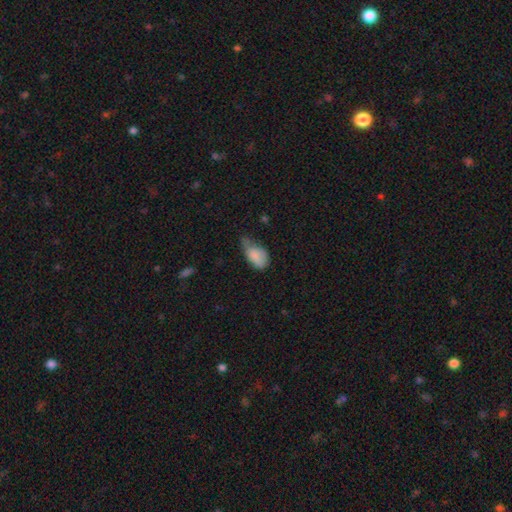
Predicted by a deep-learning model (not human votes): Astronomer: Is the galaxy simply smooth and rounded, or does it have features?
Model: smooth — 81%.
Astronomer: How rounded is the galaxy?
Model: in between — 91%.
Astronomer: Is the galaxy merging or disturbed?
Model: minor disturbance — 51%.